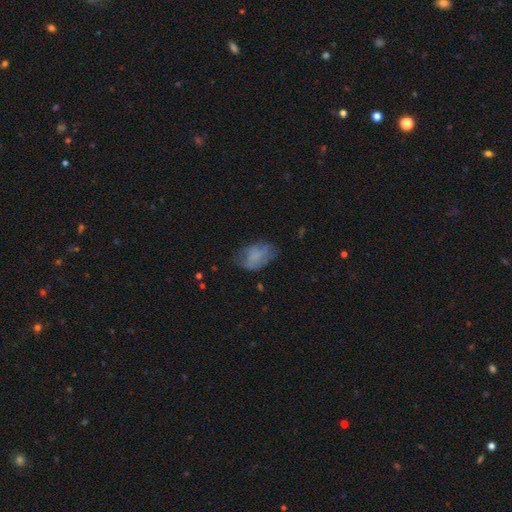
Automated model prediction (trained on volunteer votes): Smooth or featured? Predicted: smooth (p=0.60). How rounded? Predicted: in between (p=0.87). Merging? Predicted: none (p=0.51).